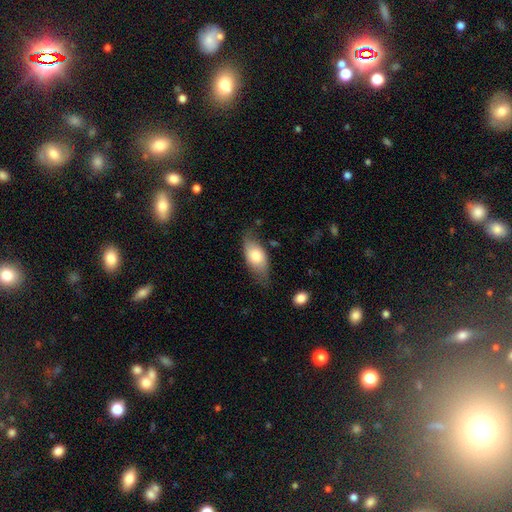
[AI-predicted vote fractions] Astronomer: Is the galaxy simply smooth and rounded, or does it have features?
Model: smooth — 71%.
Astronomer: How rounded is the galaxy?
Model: in between — 88%.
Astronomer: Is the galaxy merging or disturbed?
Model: none — 64%.